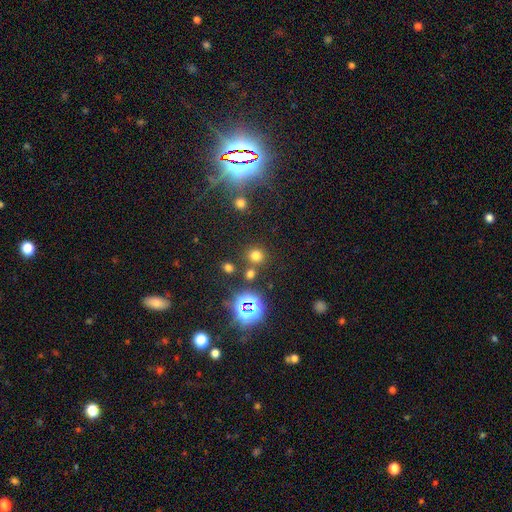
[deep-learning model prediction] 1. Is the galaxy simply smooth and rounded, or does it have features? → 66% smooth, 28% star or artifact, 6% featured or disk.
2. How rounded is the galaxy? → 88% round, 11% in between, 1% cigar-shaped.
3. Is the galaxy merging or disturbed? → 77% none, 11% merger, 8% minor disturbance, 4% major disturbance.